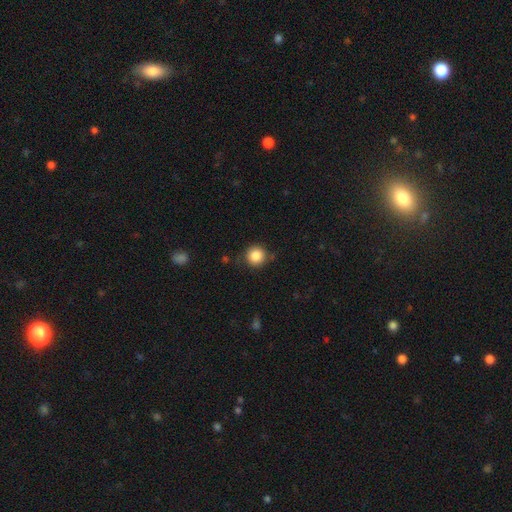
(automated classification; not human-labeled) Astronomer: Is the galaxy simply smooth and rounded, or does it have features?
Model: smooth — 85%.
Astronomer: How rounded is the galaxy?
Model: round — 94%.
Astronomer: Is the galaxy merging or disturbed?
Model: none — 83%.